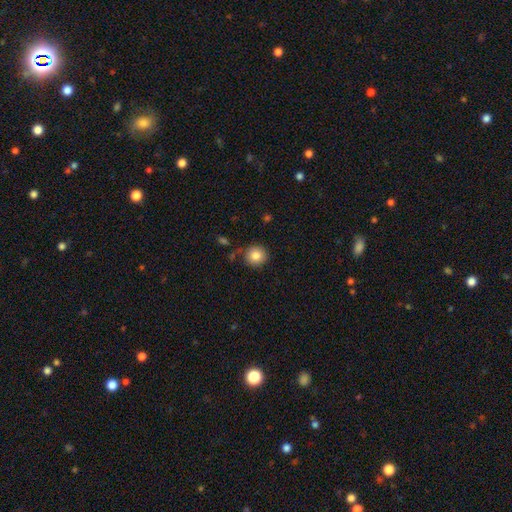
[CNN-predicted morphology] Overall: smooth (84%). How rounded: round (92%). Merging: none (82%).